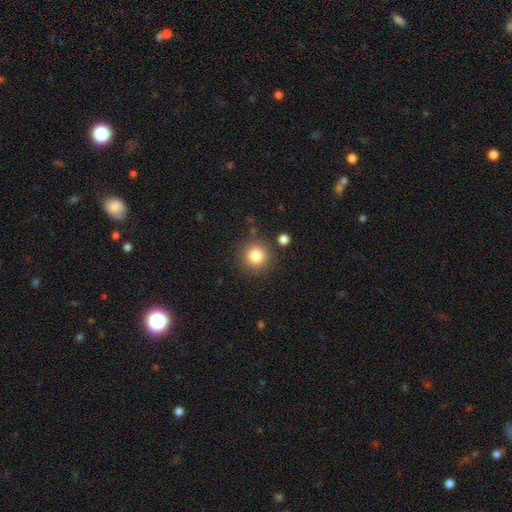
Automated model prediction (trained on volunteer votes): Q: Smooth or featured?
A: smooth (82%); runner-up: star or artifact (11%)
Q: How rounded?
A: round (94%); runner-up: in between (5%)
Q: Merging?
A: none (86%); runner-up: minor disturbance (8%)